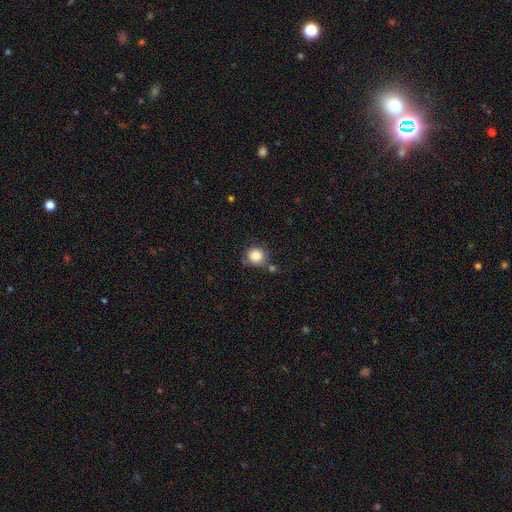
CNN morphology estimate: Overall: smooth (85%). How rounded: round (89%). Merging: none (70%).